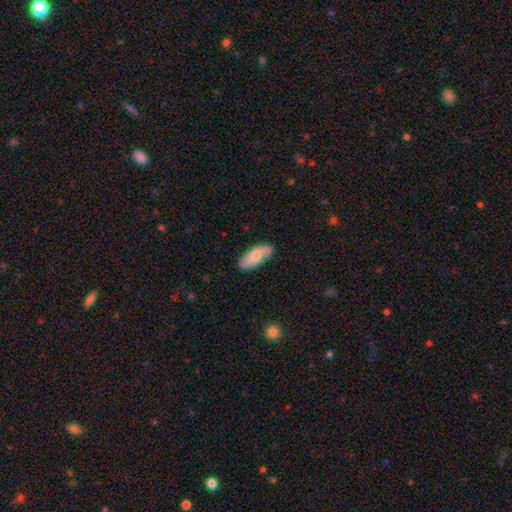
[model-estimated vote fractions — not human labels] smooth_or_featured: smooth (p=0.65) [alt: featured or disk p=0.29]
how_rounded: in between (p=0.82) [alt: cigar-shaped p=0.16]
merging: none (p=0.71) [alt: minor disturbance p=0.22]